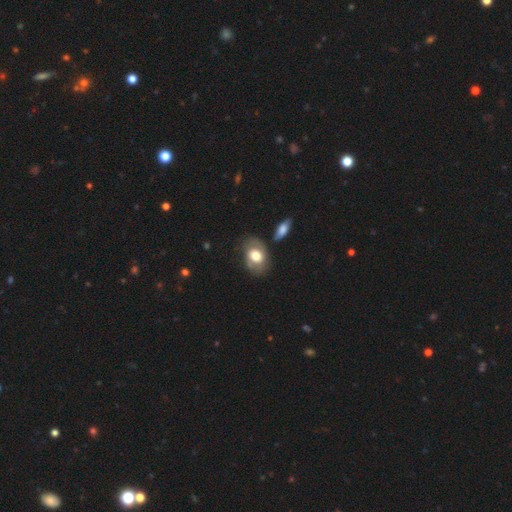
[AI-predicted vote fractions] Smooth or featured?
  - smooth: 57% *
  - featured or disk: 37%
  - star or artifact: 7%
How rounded?
  - in between: 73% *
  - round: 25%
  - cigar-shaped: 1%
Merging?
  - none: 67% *
  - minor disturbance: 20%
  - major disturbance: 7%
  - merger: 6%